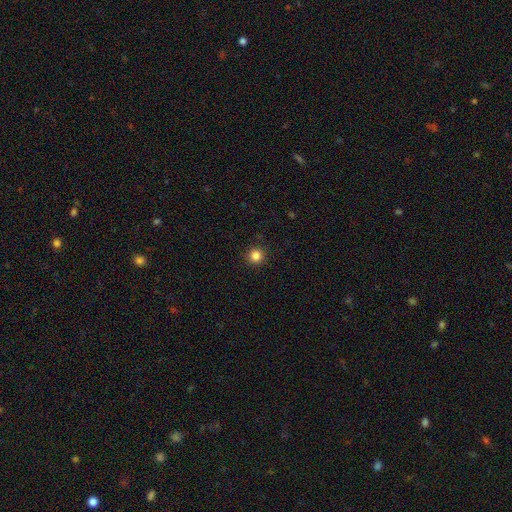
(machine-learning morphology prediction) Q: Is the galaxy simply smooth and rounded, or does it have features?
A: smooth — 85%.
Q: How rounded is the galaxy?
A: round — 95%.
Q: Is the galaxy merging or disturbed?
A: none — 92%.